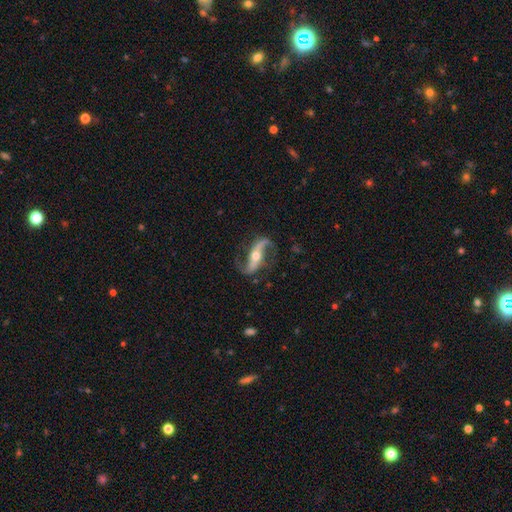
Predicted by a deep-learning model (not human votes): Morphology: type=featured or disk (90%); edge-on=no (89%); bar=strong (50%); spiral arms=yes (96%); winding=loose (73%); arm count=2 (93%); bulge=moderate (64%); merging=none (79%).